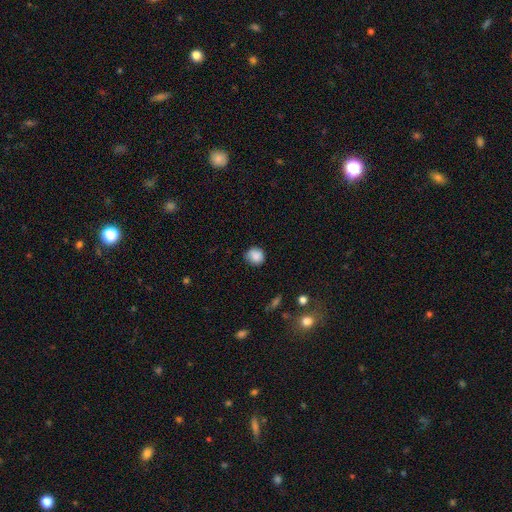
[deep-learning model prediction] Morphology: type=smooth (86%); roundness=round (83%); merging=none (73%).